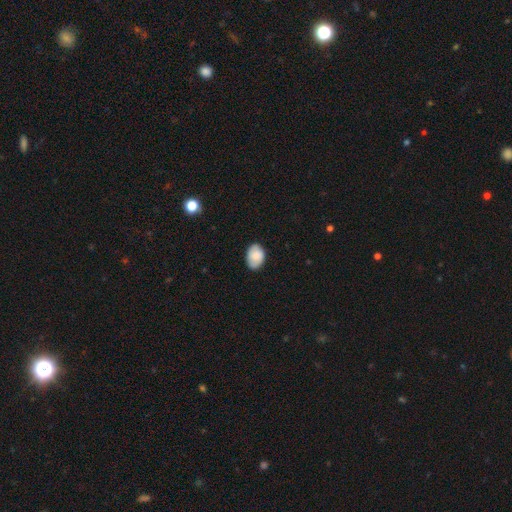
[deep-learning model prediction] Morphology: type=smooth (79%); roundness=in between (81%); merging=none (81%).